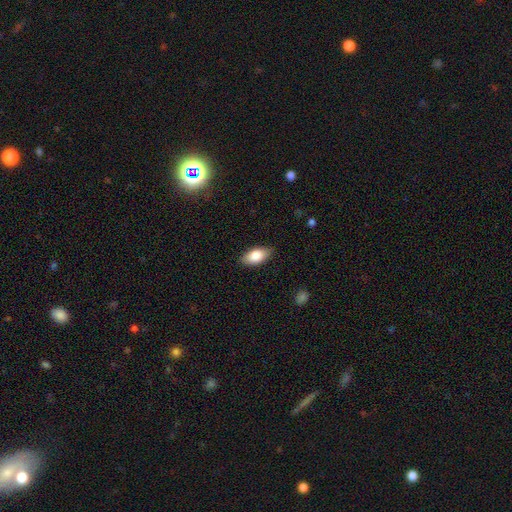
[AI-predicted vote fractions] Morphology: type=smooth (85%); roundness=in between (92%); merging=none (84%).